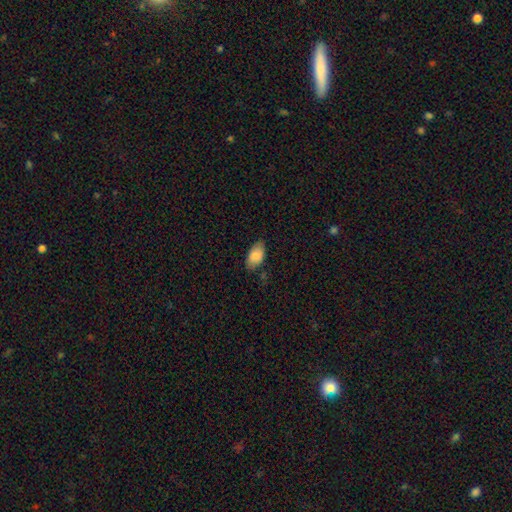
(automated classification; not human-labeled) Smooth or featured: smooth — 85% (featured or disk — 9%)
How rounded: in between — 94% (round — 4%)
Merging: none — 77% (minor disturbance — 18%)